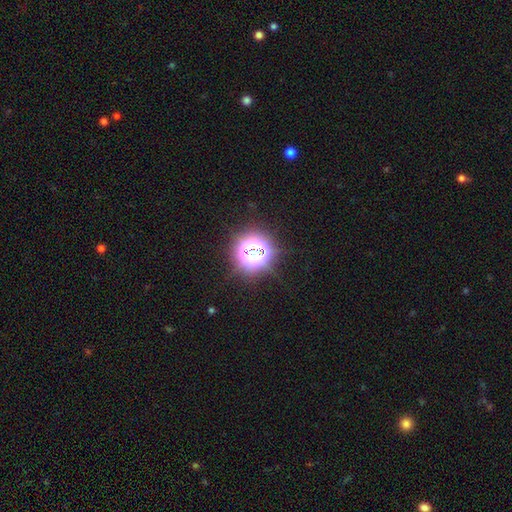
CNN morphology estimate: Overall: star or artifact (65%).